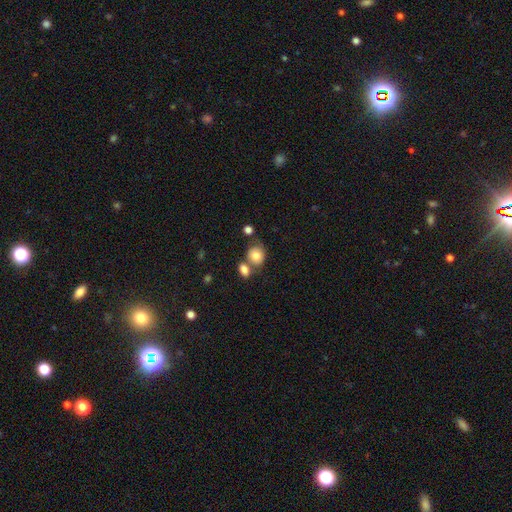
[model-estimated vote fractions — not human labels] A smooth galaxy with no disk features (80%) that is round (64%).

Vote fractions:
- Smooth or featured? smooth: 80% / featured or disk: 11% / star or artifact: 8%
- How rounded? round: 64% / in between: 35% / cigar-shaped: 1%
- Merging? none: 43% / merger: 35% / minor disturbance: 15% / major disturbance: 6%